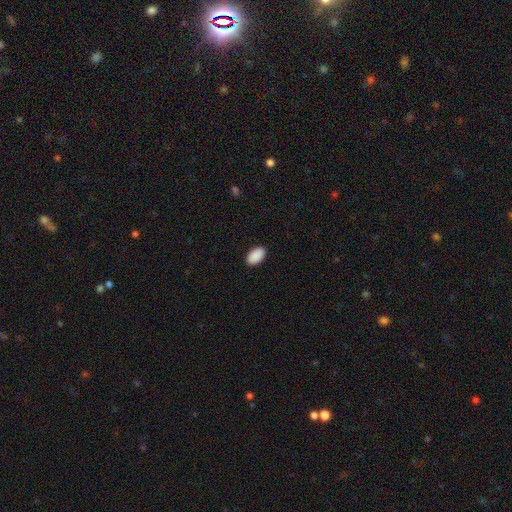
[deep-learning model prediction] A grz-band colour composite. It shows a smooth galaxy with no disk features (91%) that is in between round and cigar-shaped (95%). Merging: none (90%).